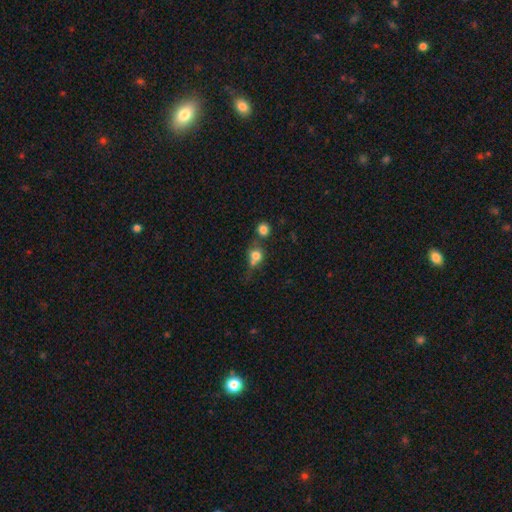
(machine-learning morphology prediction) The model was most divided on "merging": none: 39%, merger: 37%, minor disturbance: 14%, major disturbance: 10%. More confident: how rounded — round (77%); smooth or featured — smooth (74%).